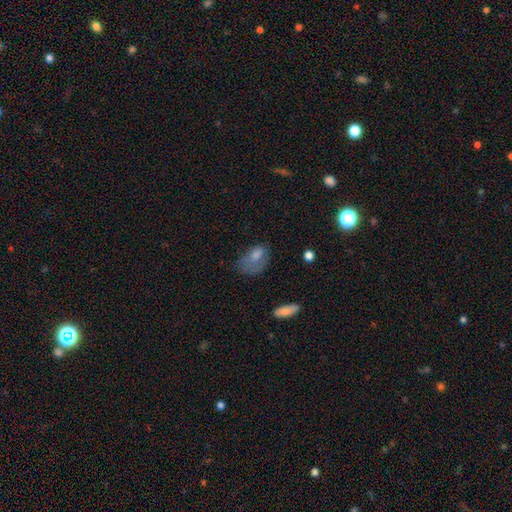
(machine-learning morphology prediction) Q: Smooth or featured?
A: smooth (59%); runner-up: featured or disk (27%)
Q: How rounded?
A: in between (79%); runner-up: round (19%)
Q: Merging?
A: none (35%); runner-up: major disturbance (34%)